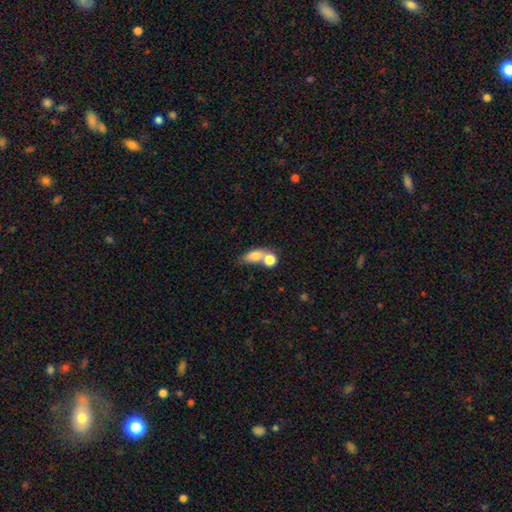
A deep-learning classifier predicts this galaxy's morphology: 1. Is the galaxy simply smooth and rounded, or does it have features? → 77% smooth, 13% featured or disk, 10% star or artifact.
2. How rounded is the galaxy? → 69% in between, 23% round, 8% cigar-shaped.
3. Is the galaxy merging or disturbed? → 48% merger, 35% none, 11% minor disturbance, 7% major disturbance.